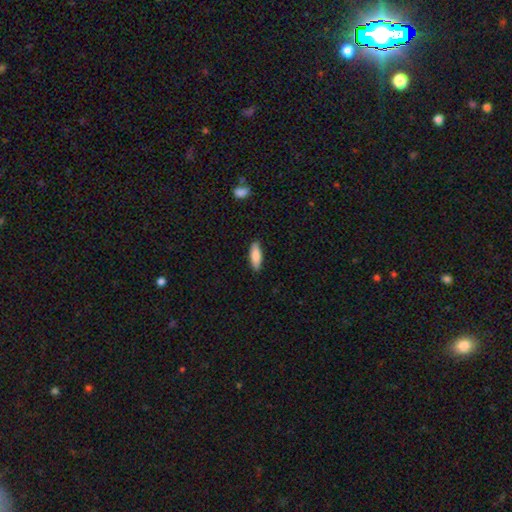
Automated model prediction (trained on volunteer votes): A smooth galaxy with no disk features (82%) that is in between round and cigar-shaped (53%).

Vote fractions:
- Smooth or featured? smooth: 82% / featured or disk: 12% / star or artifact: 6%
- How rounded? in between: 53% / cigar-shaped: 45% / round: 2%
- Merging? none: 88% / minor disturbance: 9% / major disturbance: 2% / merger: 1%